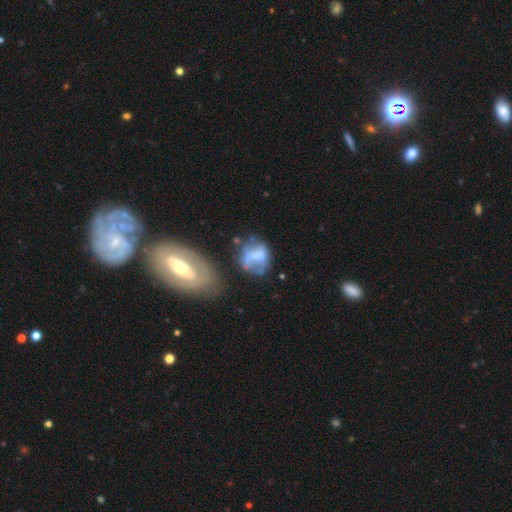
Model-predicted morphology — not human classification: Q: Smooth or featured?
A: smooth (47%); runner-up: featured or disk (42%)
Q: Merging?
A: none (36%); runner-up: major disturbance (26%)